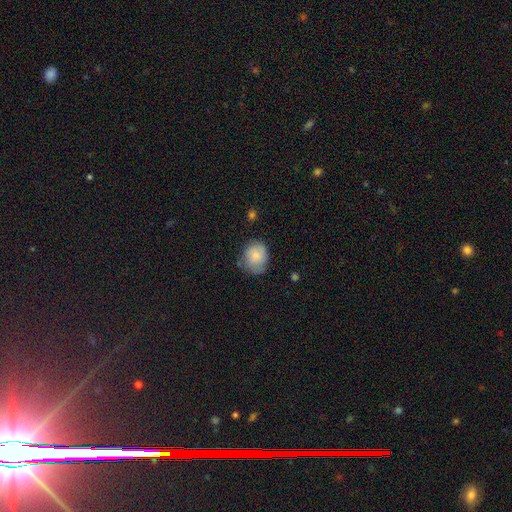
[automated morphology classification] Smooth or featured? smooth (79%)
How rounded? round (64%)
Merging? none (62%)